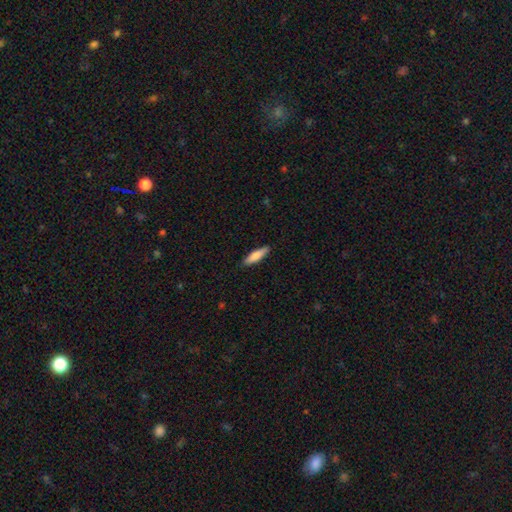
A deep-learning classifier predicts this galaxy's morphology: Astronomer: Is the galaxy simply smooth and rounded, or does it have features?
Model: smooth — 80%.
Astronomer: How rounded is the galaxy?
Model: cigar-shaped — 67%.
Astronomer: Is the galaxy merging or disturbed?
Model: none — 88%.